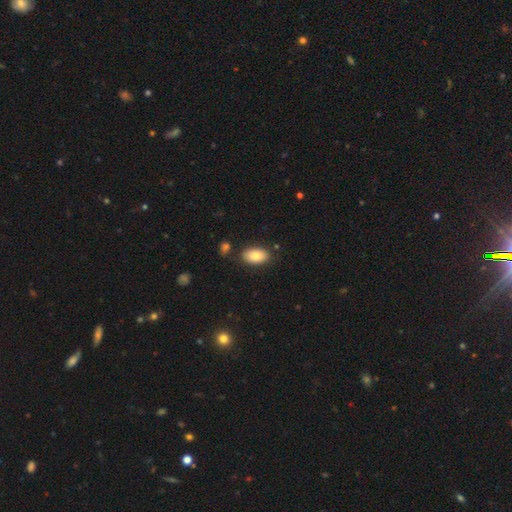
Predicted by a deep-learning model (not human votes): Q: Smooth or featured?
A: smooth (85%); runner-up: featured or disk (8%)
Q: How rounded?
A: in between (94%); runner-up: round (5%)
Q: Merging?
A: none (82%); runner-up: minor disturbance (11%)